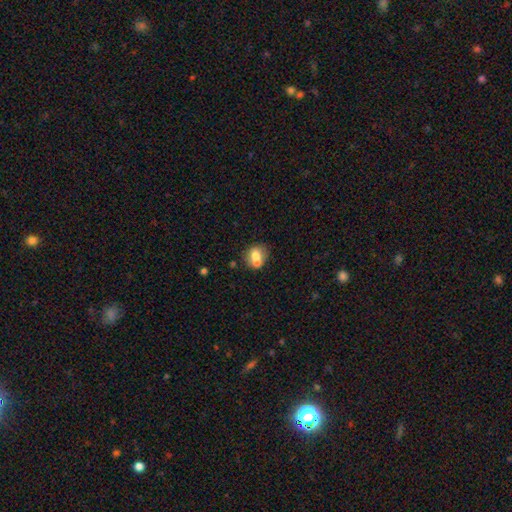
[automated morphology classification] type=smooth (68%); roundness=round (67%); merging=merger (43%).